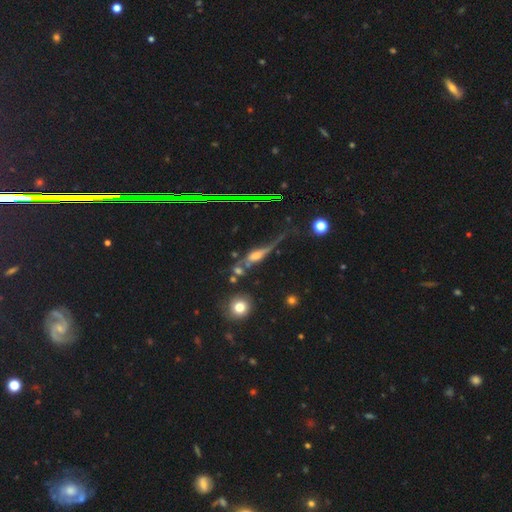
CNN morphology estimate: Q: Smooth or featured?
A: featured or disk (47%); runner-up: smooth (31%)
Q: Merging?
A: none (45%); runner-up: minor disturbance (20%)